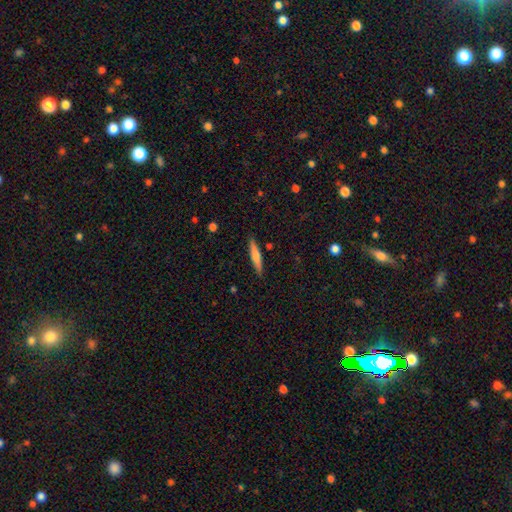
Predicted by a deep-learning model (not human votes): The model was most divided on "smooth or featured": smooth: 65%, featured or disk: 30%, star or artifact: 6%. More confident: how rounded — cigar-shaped (91%); merging — none (88%).